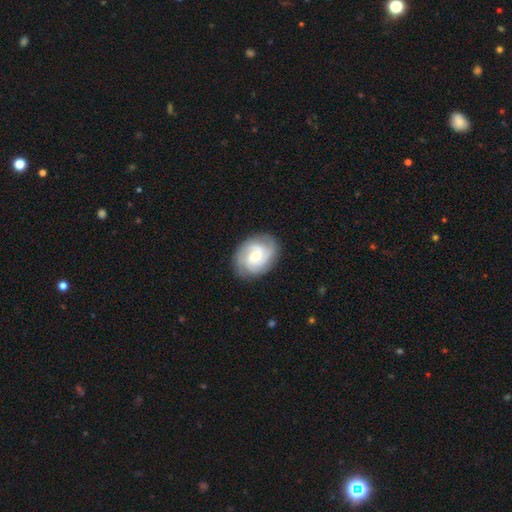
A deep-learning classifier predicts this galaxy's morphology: Smooth or featured? featured or disk (82%)
Edge-on disk? no (98%)
Bar? no (57%)
Spiral arms? yes (96%)
Spiral winding? tight (57%)
Spiral arm count? 3 (40%)
Bulge size? moderate (58%)
Merging? none (83%)